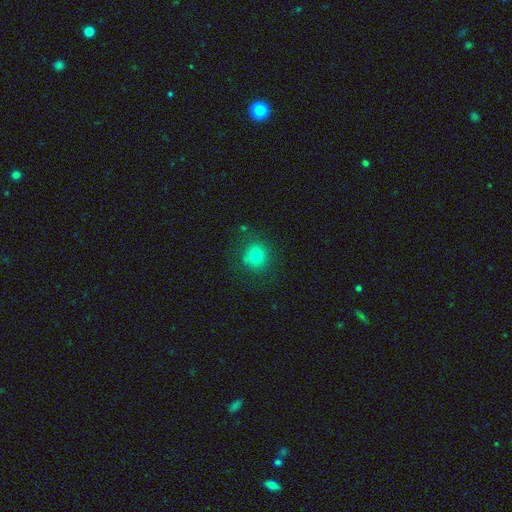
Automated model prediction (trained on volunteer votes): A smooth galaxy with no disk features (78%) that is round (91%).

Vote fractions:
- Smooth or featured? smooth: 78% / star or artifact: 13% / featured or disk: 9%
- How rounded? round: 91% / in between: 8% / cigar-shaped: 1%
- Merging? none: 83% / minor disturbance: 11% / major disturbance: 4% / merger: 2%